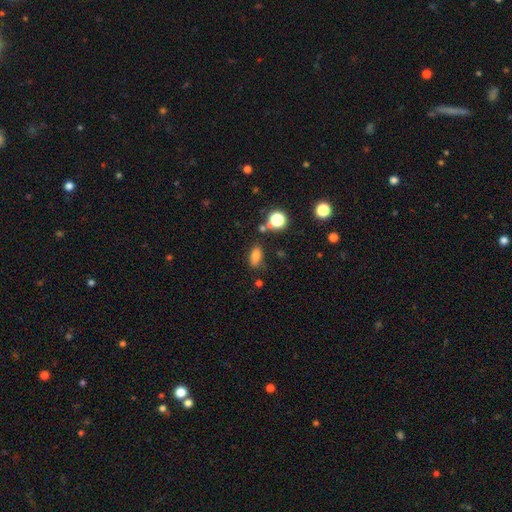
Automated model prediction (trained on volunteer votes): smooth_or_featured: smooth (p=0.78) [alt: star or artifact p=0.14]
how_rounded: in between (p=0.81) [alt: round p=0.10]
merging: none (p=0.75) [alt: minor disturbance p=0.15]